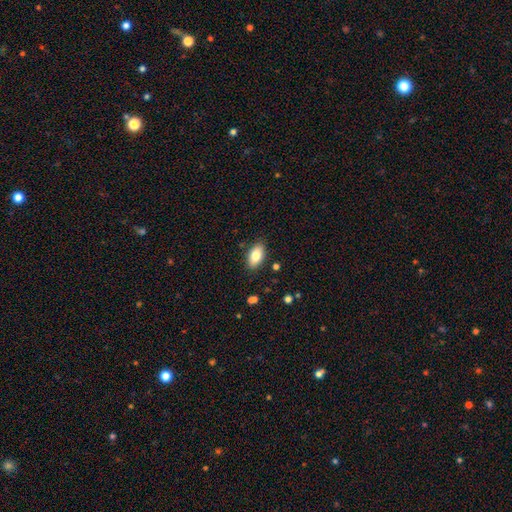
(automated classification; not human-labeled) A smooth galaxy with no disk features (83%) that is in between round and cigar-shaped (92%). Merging: none (86%).